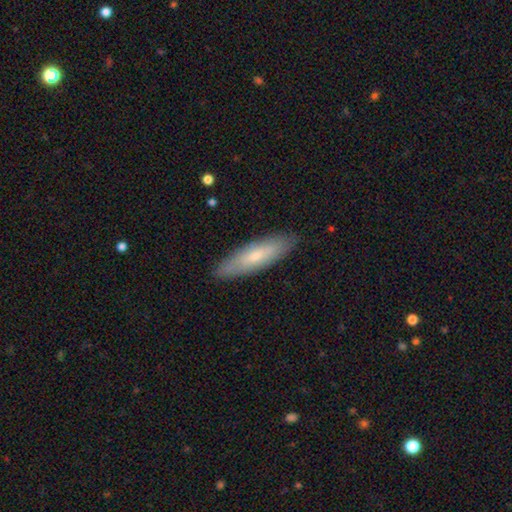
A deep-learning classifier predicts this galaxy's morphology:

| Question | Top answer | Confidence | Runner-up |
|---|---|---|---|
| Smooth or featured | smooth | 63% | featured or disk (31%) |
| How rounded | cigar-shaped | 64% | in between (35%) |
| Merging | none | 87% | minor disturbance (10%) |